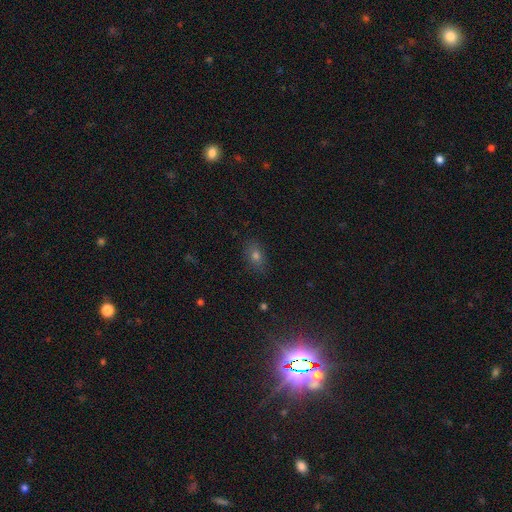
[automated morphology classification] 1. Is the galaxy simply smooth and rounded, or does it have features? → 64% smooth, 25% star or artifact, 11% featured or disk.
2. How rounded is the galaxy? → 75% in between, 22% round, 3% cigar-shaped.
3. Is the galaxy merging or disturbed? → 84% none, 12% minor disturbance, 3% major disturbance, 1% merger.